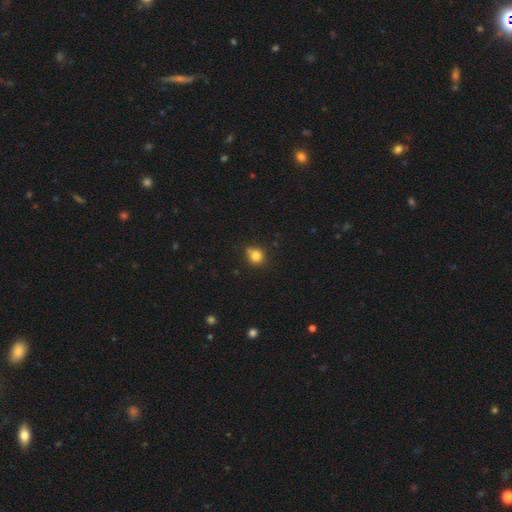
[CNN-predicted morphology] This is clearly a smooth galaxy (81%). How rounded: clearly round (83%). Merging: likely none (68%).